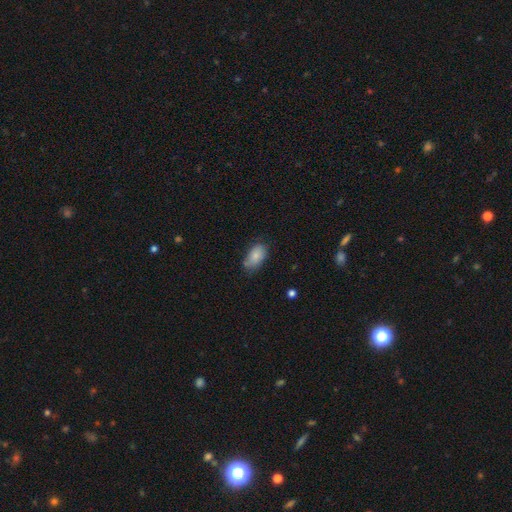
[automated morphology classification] Smooth or featured? Predicted: smooth (p=0.82). How rounded? Predicted: in between (p=0.93). Merging? Predicted: none (p=0.61).